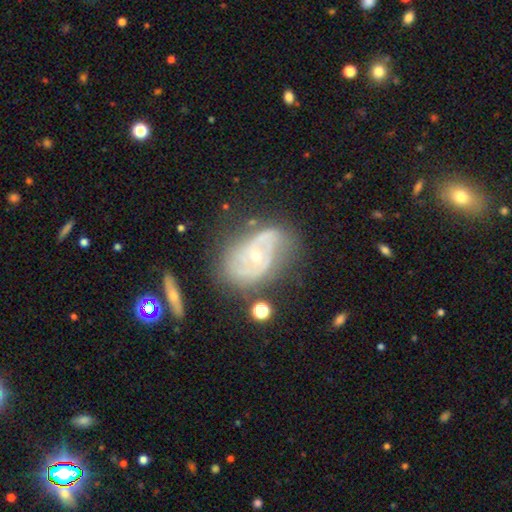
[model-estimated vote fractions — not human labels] Overall: featured or disk (83%). Edge-on disk: no (95%). Bar: no (62%; weak 30%). Spiral arms: yes (90%). Spiral arm count: 2 (56%; can't tell 21%). Spiral winding: tight (44%; medium 41%). Bulge size: small (60%; moderate 36%). Merging: none (56%; minor disturbance 26%).